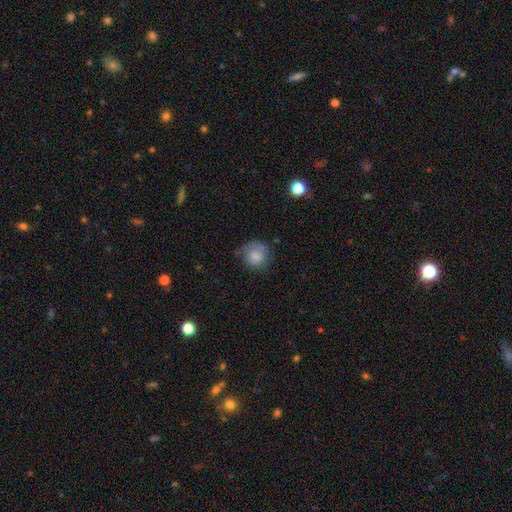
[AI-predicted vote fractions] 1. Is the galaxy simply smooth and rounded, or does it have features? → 78% smooth, 13% featured or disk, 9% star or artifact.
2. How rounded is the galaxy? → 83% round, 16% in between, 1% cigar-shaped.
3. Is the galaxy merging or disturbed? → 66% none, 23% minor disturbance, 8% major disturbance, 3% merger.